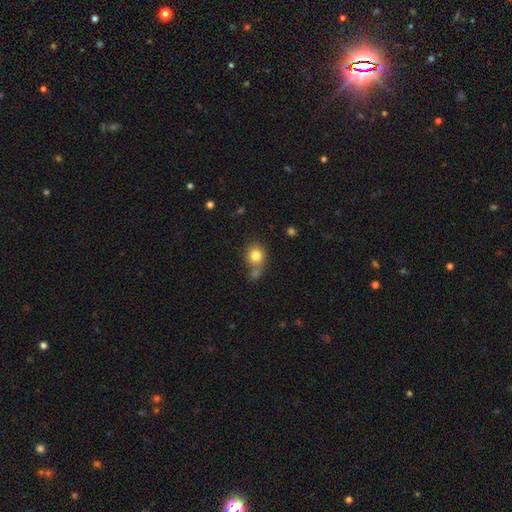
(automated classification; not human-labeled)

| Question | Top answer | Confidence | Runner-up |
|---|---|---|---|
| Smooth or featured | smooth | 80% | star or artifact (11%) |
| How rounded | round | 76% | in between (23%) |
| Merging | none | 56% | merger (24%) |